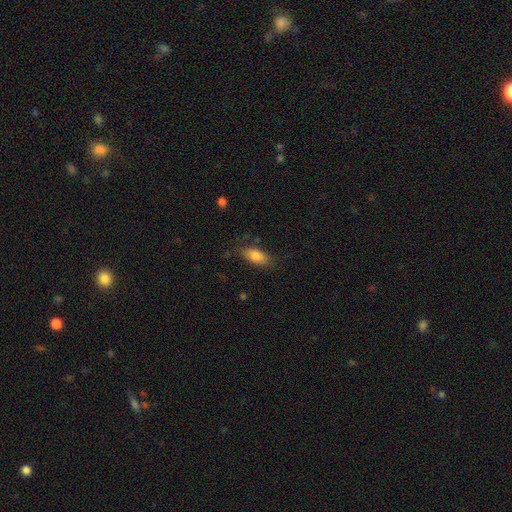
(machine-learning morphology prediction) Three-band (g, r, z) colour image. It shows a smooth galaxy with no disk features (84%) that is in between round and cigar-shaped (86%). Merging: none (77%).